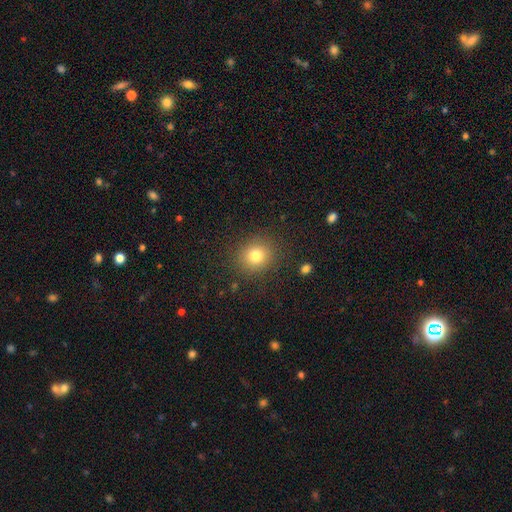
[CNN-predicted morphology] A smooth galaxy with no disk features (78%) that is round (81%). Merging: none (86%).